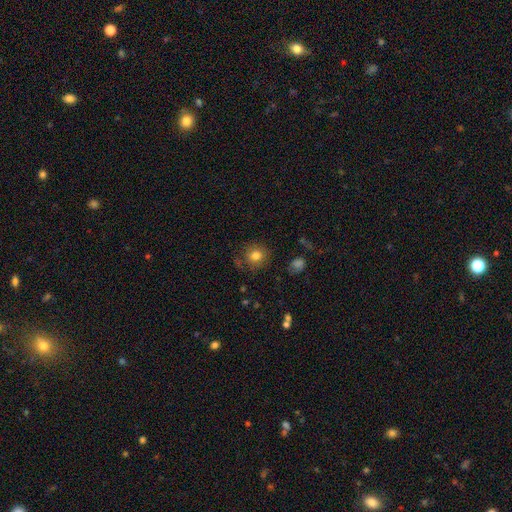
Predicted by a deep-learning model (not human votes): This is likely a smooth galaxy (80%). How rounded: clearly round (88%). Merging: clearly none (82%).